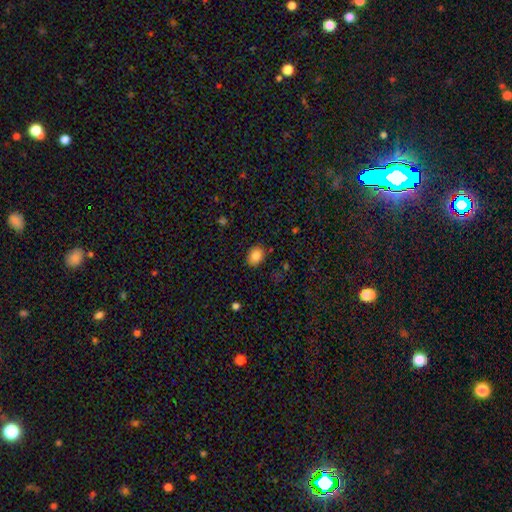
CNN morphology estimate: Smooth or featured: smooth — 84% (star or artifact — 9%)
How rounded: in between — 60% (round — 39%)
Merging: none — 84% (minor disturbance — 11%)